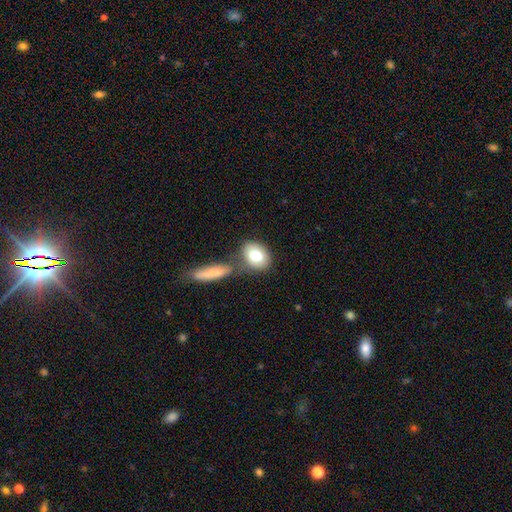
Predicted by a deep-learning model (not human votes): smooth 78%, featured or disk 15%, star or artifact 7%. Down the decision tree: how rounded — in between (64%); merging — none (60%).